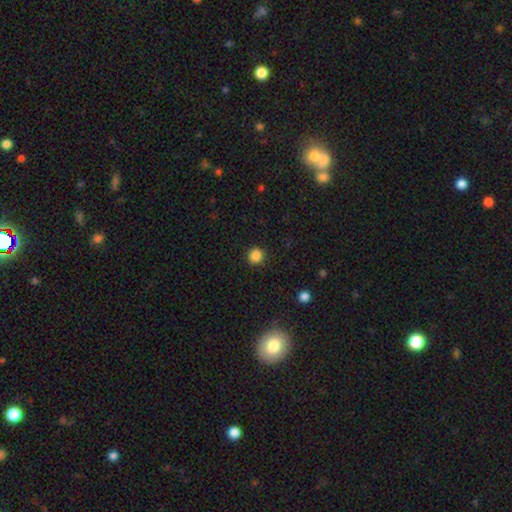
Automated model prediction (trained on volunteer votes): Smooth or featured?
  - smooth: 86% *
  - star or artifact: 12%
  - featured or disk: 3%
How rounded?
  - round: 92% *
  - in between: 7%
  - cigar-shaped: 1%
Merging?
  - none: 91% *
  - minor disturbance: 6%
  - major disturbance: 2%
  - merger: 1%